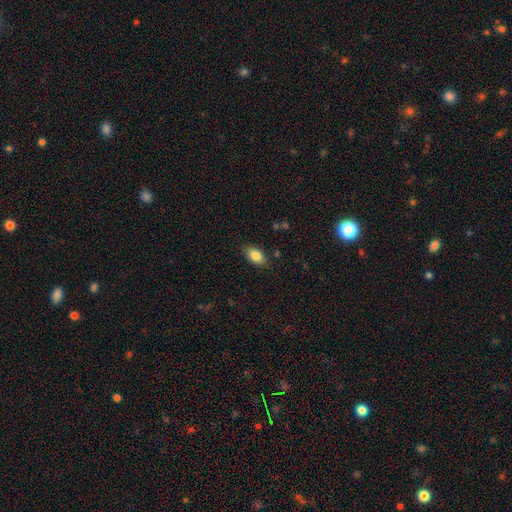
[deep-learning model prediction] The model was most divided on "merging": none: 84%, minor disturbance: 12%, major disturbance: 3%, merger: 1%. More confident: how rounded — in between (90%); smooth or featured — smooth (85%).